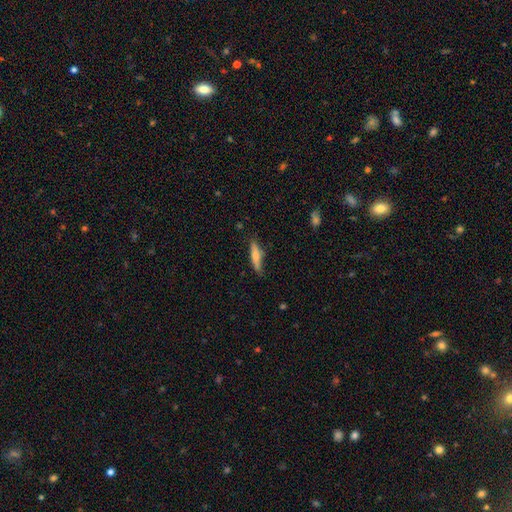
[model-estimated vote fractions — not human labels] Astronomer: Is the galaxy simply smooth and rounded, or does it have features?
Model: smooth — 66%.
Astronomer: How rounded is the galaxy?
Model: cigar-shaped — 80%.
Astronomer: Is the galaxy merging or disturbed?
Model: none — 78%.